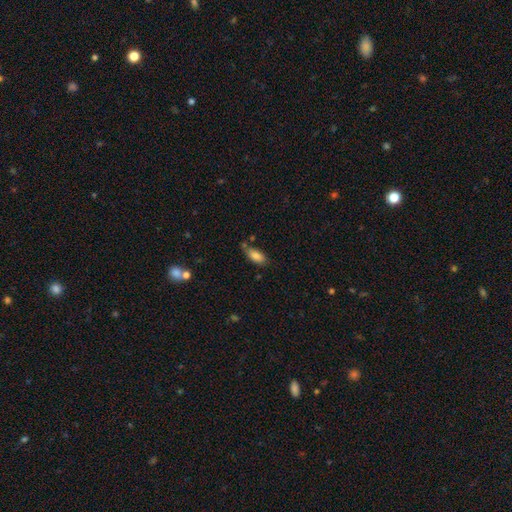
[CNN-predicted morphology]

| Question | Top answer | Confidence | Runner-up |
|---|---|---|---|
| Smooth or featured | smooth | 82% | featured or disk (10%) |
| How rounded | in between | 87% | cigar-shaped (10%) |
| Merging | none | 59% | minor disturbance (23%) |